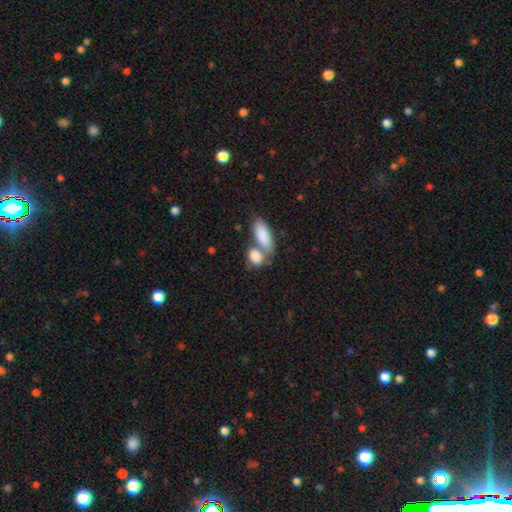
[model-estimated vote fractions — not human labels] This is clearly a smooth galaxy (85%). How rounded: clearly in between (81%). Merging: possibly merger (51%).